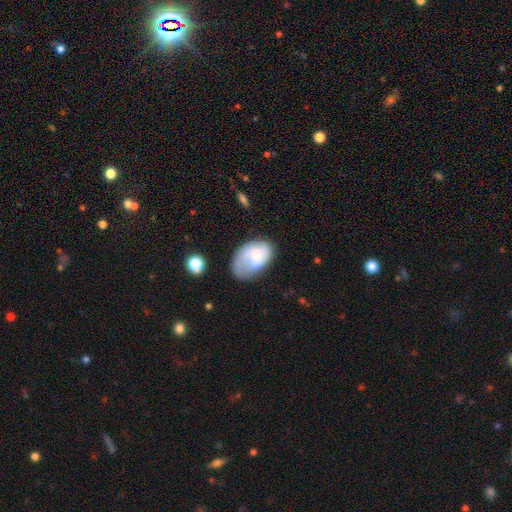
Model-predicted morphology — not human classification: smooth-or-featured: featured or disk: 53% | smooth: 40% | star or artifact: 7%
  disk-edge-on: no: 97% | yes: 3%
    bar: no: 64% | weak: 31% | strong: 5%
    has-spiral-arms: yes: 76% | no: 24%
    bulge-size: small: 47% | moderate: 33% | none: 13% | large: 5% | dominant: 2%
  merging: none: 40% | minor disturbance: 29% | major disturbance: 23% | merger: 7%